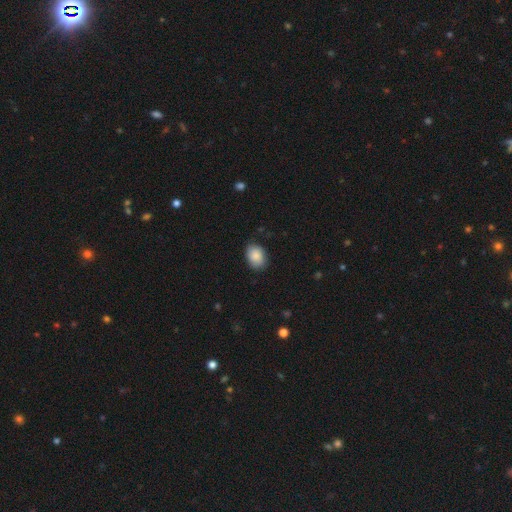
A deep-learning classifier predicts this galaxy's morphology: smooth_or_featured: smooth (p=0.88) [alt: star or artifact p=0.07]
how_rounded: in between (p=0.73) [alt: round p=0.26]
merging: none (p=0.81) [alt: minor disturbance p=0.15]